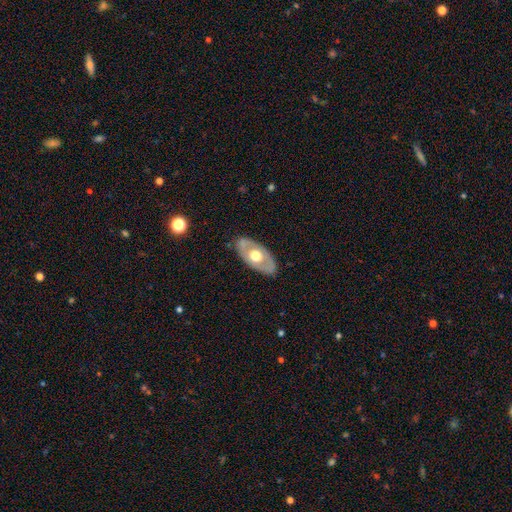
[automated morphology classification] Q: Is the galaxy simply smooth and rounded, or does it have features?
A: featured or disk — 55%.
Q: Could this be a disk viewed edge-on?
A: no — 83%.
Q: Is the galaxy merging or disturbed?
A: none — 82%.